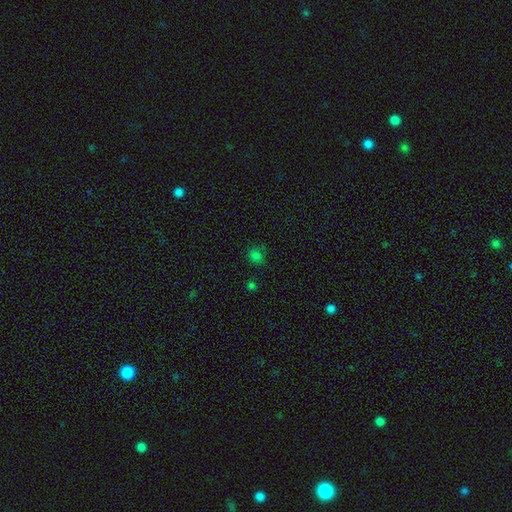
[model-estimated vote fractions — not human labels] smooth-or-featured: smooth: 72% | star or artifact: 23% | featured or disk: 5%
  how-rounded: round: 76% | in between: 23% | cigar-shaped: 1%
  merging: none: 76% | minor disturbance: 16% | major disturbance: 5% | merger: 3%